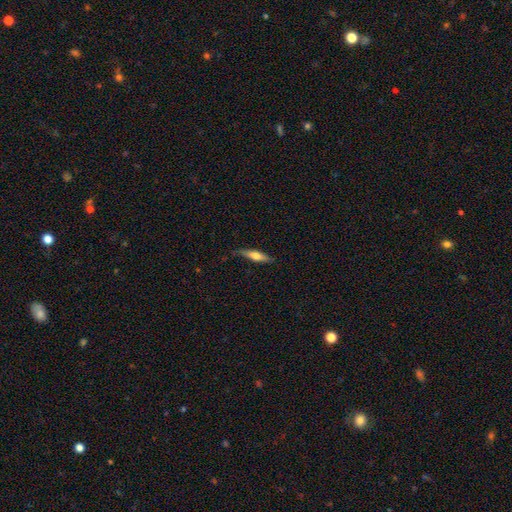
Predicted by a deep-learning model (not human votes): Overall: smooth (58%; featured or disk 36%). How rounded: cigar-shaped (77%). Merging: none (75%).